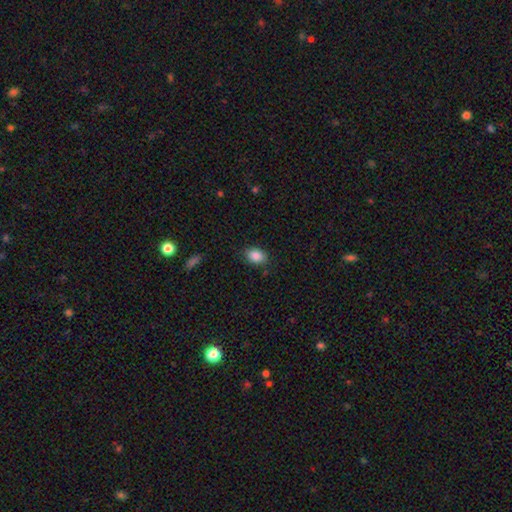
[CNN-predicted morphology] This is clearly a smooth galaxy (87%). How rounded: likely in between (77%). Merging: clearly none (84%).